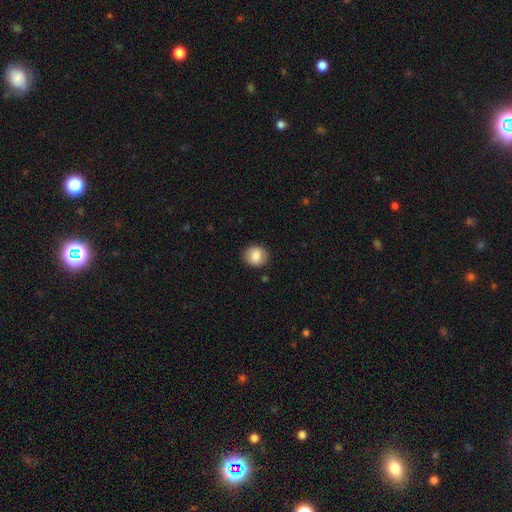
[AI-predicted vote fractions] Overall: smooth (84%). How rounded: round (71%). Merging: none (88%).